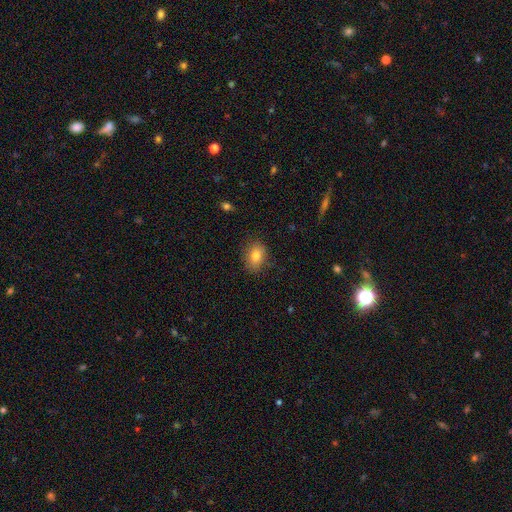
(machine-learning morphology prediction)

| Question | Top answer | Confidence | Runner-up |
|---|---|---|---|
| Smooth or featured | smooth | 81% | featured or disk (9%) |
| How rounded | in between | 73% | round (26%) |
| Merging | none | 83% | minor disturbance (13%) |